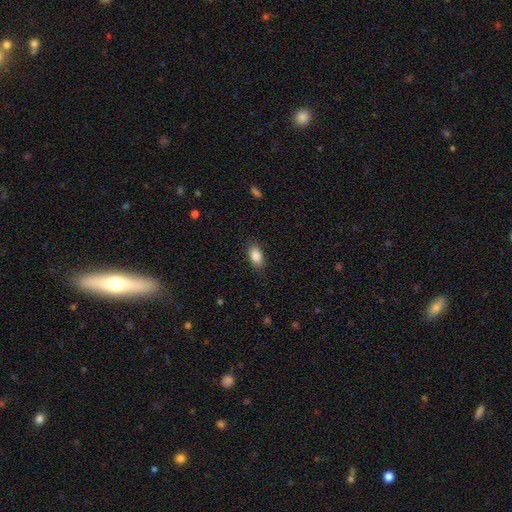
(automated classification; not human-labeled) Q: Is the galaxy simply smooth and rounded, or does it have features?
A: smooth — 88%.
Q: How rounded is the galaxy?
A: in between — 91%.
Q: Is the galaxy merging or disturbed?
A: none — 86%.